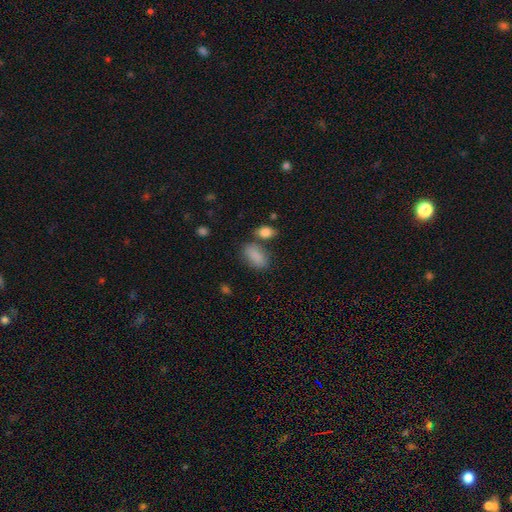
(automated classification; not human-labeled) Morphology: type=smooth (87%); roundness=in between (91%); merging=none (65%).